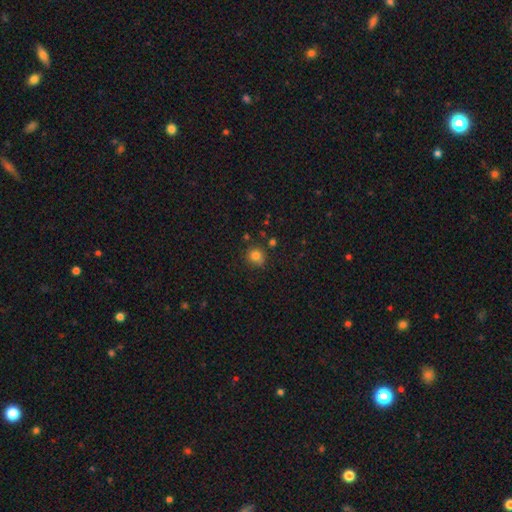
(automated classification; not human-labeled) A smooth galaxy with no disk features (81%) that is round (87%). Merging: none (75%).